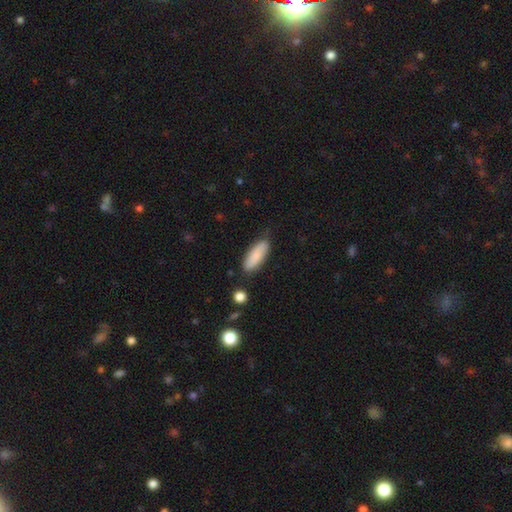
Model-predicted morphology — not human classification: The model was most divided on "how rounded": in between: 62%, cigar-shaped: 36%, round: 2%. More confident: smooth or featured — smooth (85%); merging — none (79%).